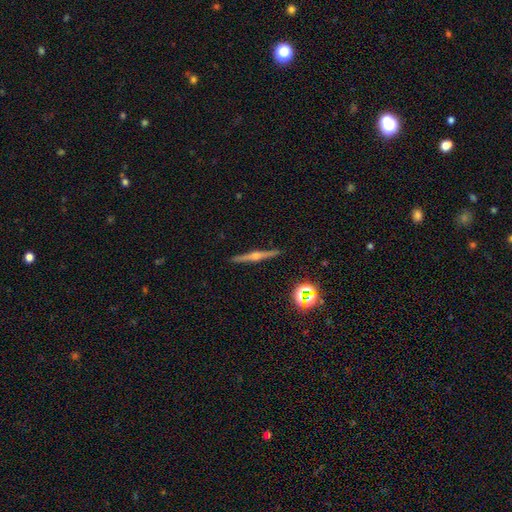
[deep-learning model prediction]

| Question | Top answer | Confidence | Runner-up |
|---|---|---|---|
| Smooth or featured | featured or disk | 71% | smooth (17%) |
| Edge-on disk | yes | 96% | no (4%) |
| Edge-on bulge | rounded | 89% | none (7%) |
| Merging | none | 88% | minor disturbance (7%) |